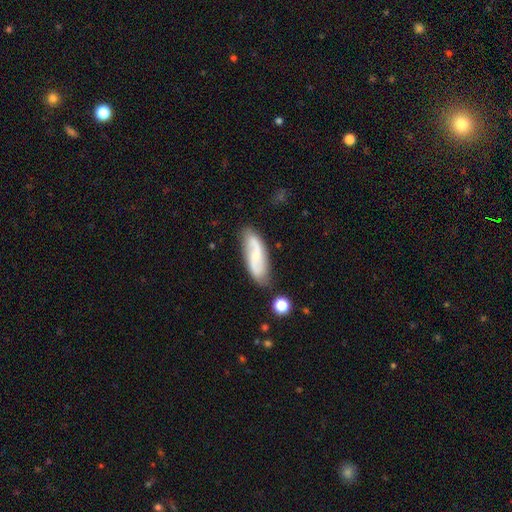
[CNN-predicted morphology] featured or disk 63%, smooth 31%, star or artifact 7%. Down the decision tree: edge-on disk — no (90%); bar — weak (42%); spiral arms — yes (92%); spiral arm count — 2 (88%); spiral winding — loose (56%); bulge size — small (55%); merging — none (77%).